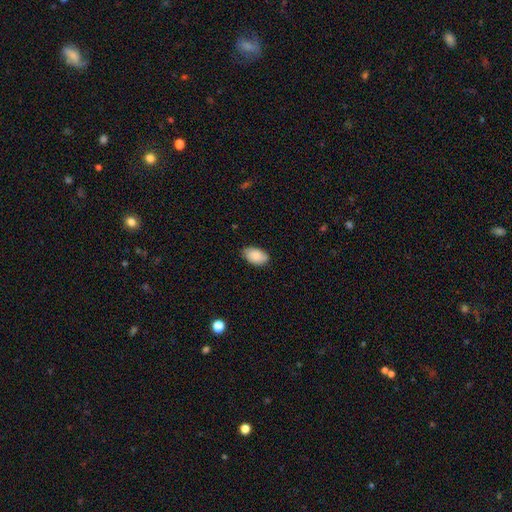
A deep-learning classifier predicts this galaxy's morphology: Smooth or featured? Predicted: smooth (p=0.84). How rounded? Predicted: in between (p=0.93). Merging? Predicted: none (p=0.80).